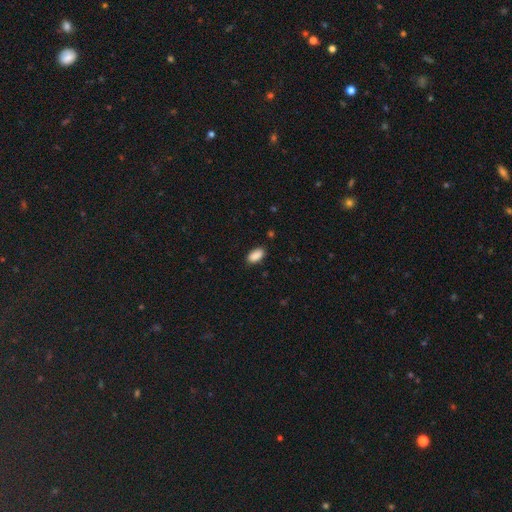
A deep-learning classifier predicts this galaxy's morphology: Smooth or featured?
  - smooth: 90% *
  - star or artifact: 7%
  - featured or disk: 3%
How rounded?
  - in between: 93% *
  - cigar-shaped: 5%
  - round: 3%
Merging?
  - none: 85% *
  - minor disturbance: 11%
  - major disturbance: 2%
  - merger: 1%